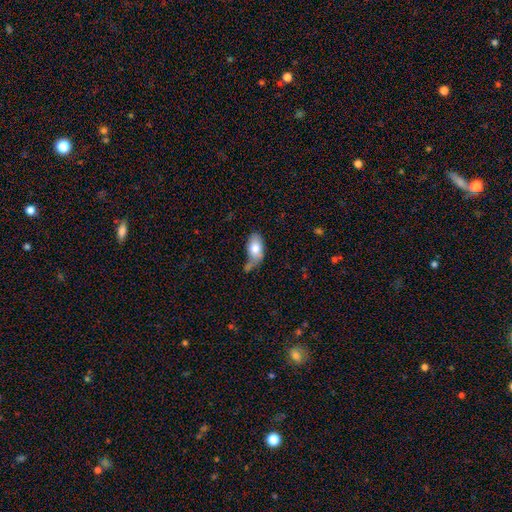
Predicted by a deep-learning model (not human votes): Smooth or featured? smooth (76%)
How rounded? in between (91%)
Merging? none (43%)